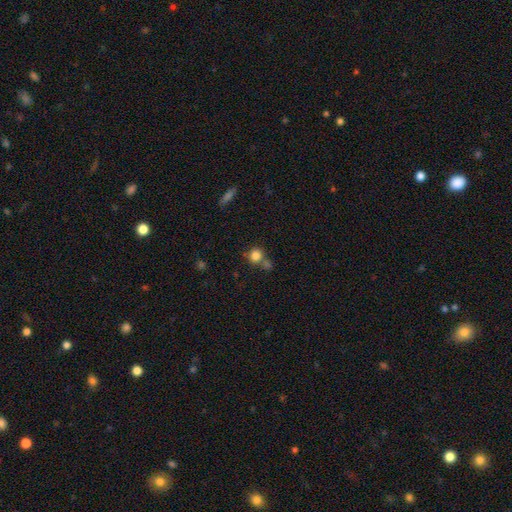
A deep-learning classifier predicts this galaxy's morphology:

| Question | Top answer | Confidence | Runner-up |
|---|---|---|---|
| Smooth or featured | smooth | 81% | star or artifact (12%) |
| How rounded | round | 87% | in between (12%) |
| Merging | none | 57% | merger (28%) |